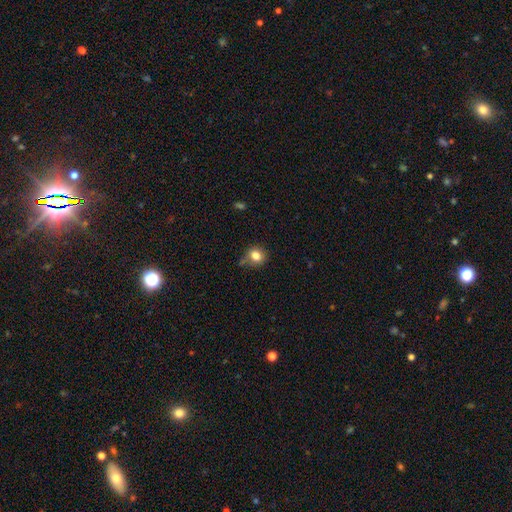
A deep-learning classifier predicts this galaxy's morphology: Q: Smooth or featured?
A: smooth (82%); runner-up: star or artifact (11%)
Q: How rounded?
A: round (81%); runner-up: in between (18%)
Q: Merging?
A: none (71%); runner-up: minor disturbance (19%)